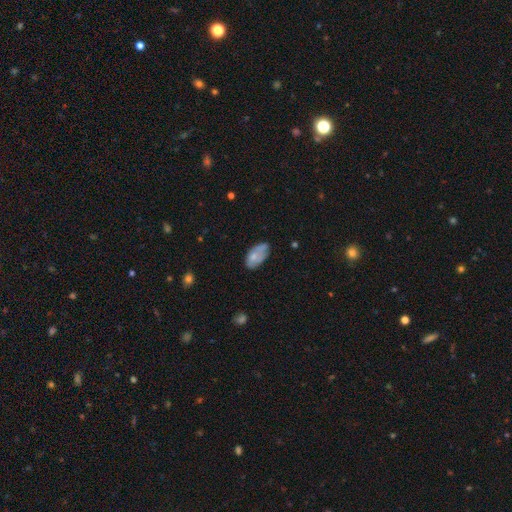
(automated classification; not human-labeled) Morphology: type=smooth (63%); roundness=in between (93%); merging=none (48%).